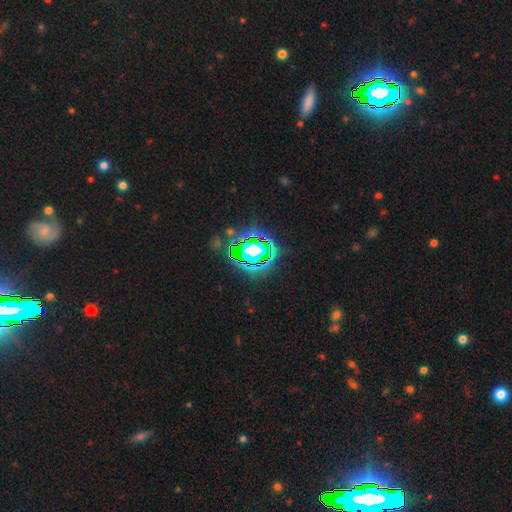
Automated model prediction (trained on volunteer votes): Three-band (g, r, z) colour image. It shows a star or artifact, not a galaxy (74%).